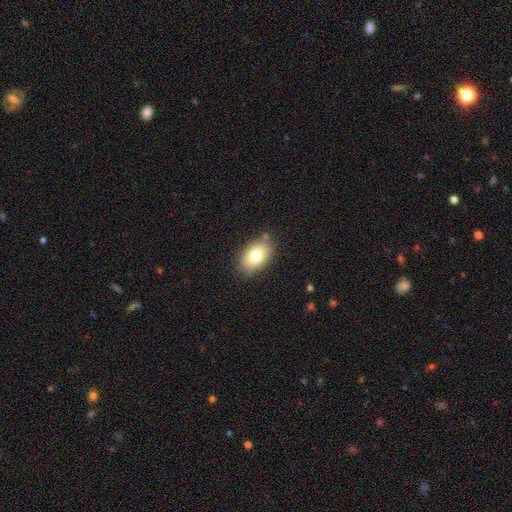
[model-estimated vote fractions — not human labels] This appears to be a smooth galaxy with no disk features (76%) that is in between round and cigar-shaped (86%). Merging: none (80%).